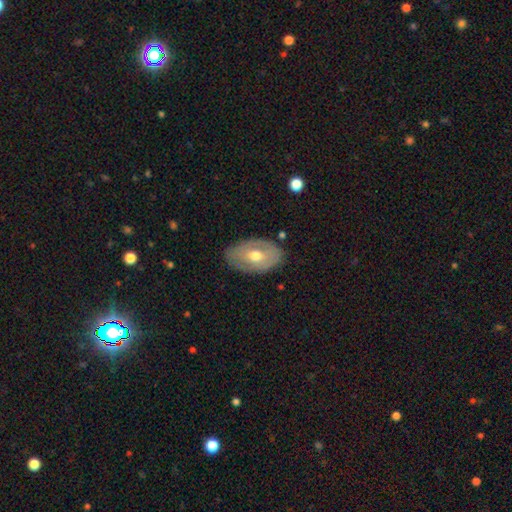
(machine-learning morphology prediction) This appears to be a featured or disk galaxy (49%). Merging: none (78%).